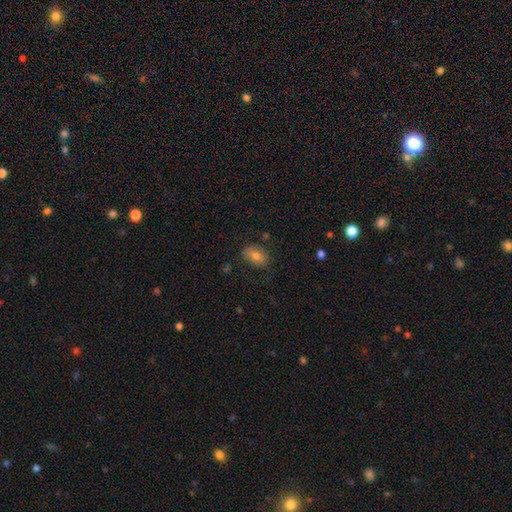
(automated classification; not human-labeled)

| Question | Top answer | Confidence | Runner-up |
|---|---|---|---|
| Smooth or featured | smooth | 75% | featured or disk (13%) |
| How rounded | in between | 79% | round (19%) |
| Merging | none | 79% | minor disturbance (15%) |